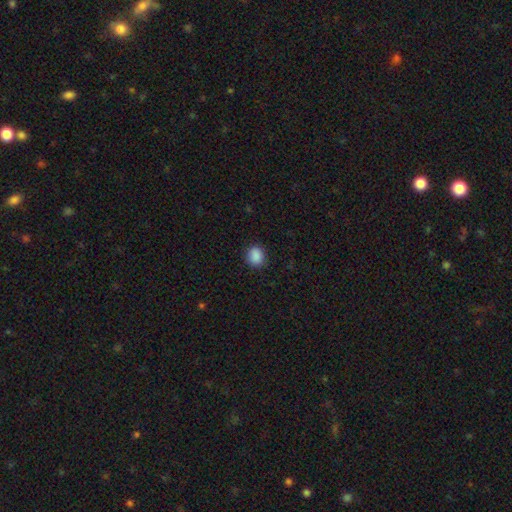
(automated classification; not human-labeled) Smooth or featured? smooth (88%)
How rounded? round (67%)
Merging? none (87%)